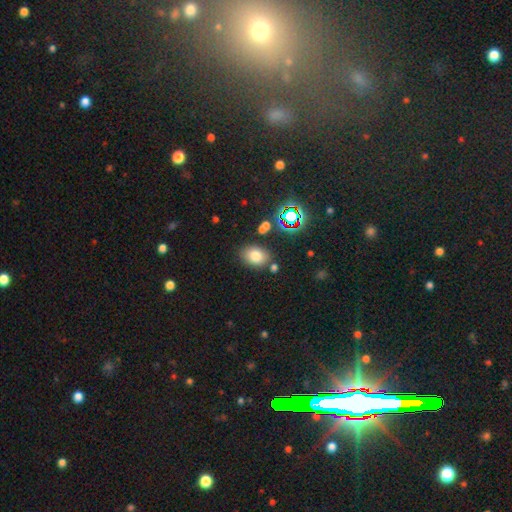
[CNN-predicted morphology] This is likely a smooth galaxy (76%). How rounded: likely in between (70%). Merging: likely none (77%).